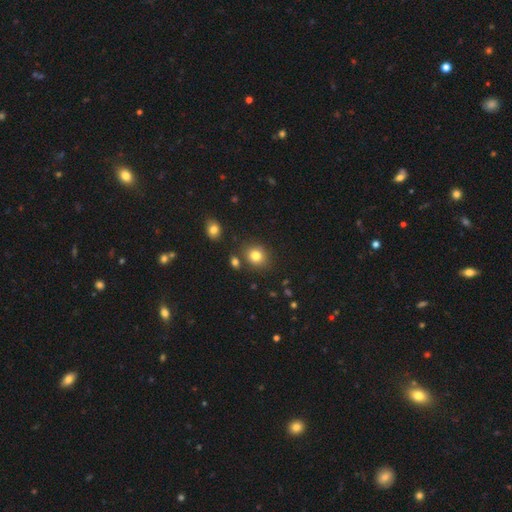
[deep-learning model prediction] A smooth galaxy with no disk features (80%) that is round (71%). Merging: none (80%).